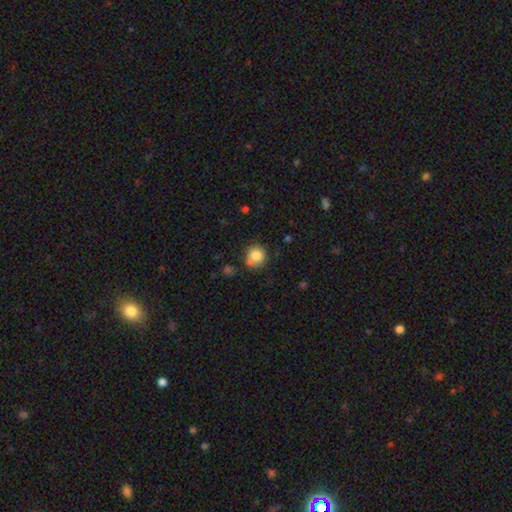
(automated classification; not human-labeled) Q: Smooth or featured?
A: smooth (83%); runner-up: star or artifact (10%)
Q: How rounded?
A: round (87%); runner-up: in between (12%)
Q: Merging?
A: none (64%); runner-up: minor disturbance (17%)